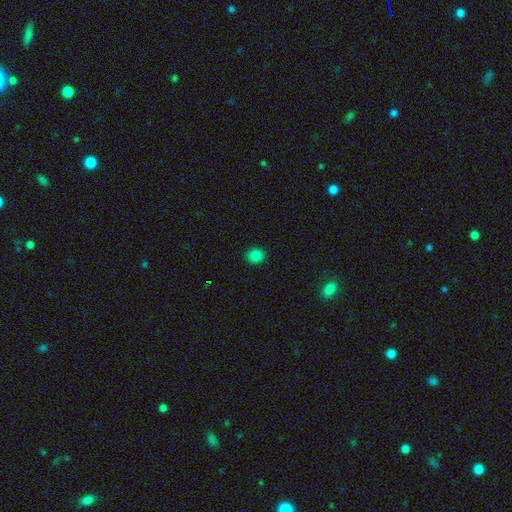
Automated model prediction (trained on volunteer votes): A smooth galaxy with no disk features (82%) that is round (81%). Merging: none (91%).